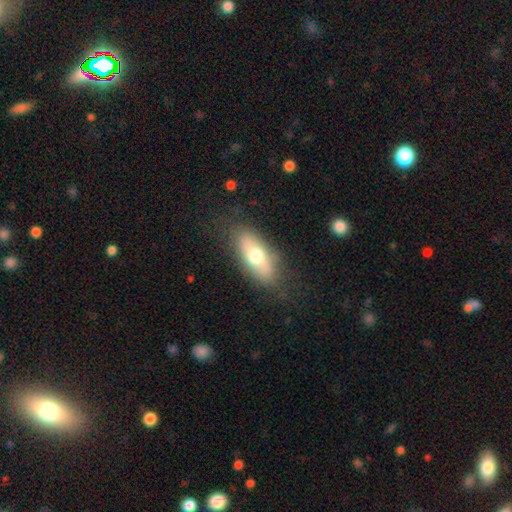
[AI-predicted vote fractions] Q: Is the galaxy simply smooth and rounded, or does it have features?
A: smooth — 65%.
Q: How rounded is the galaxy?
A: in between — 80%.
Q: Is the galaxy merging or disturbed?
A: none — 78%.